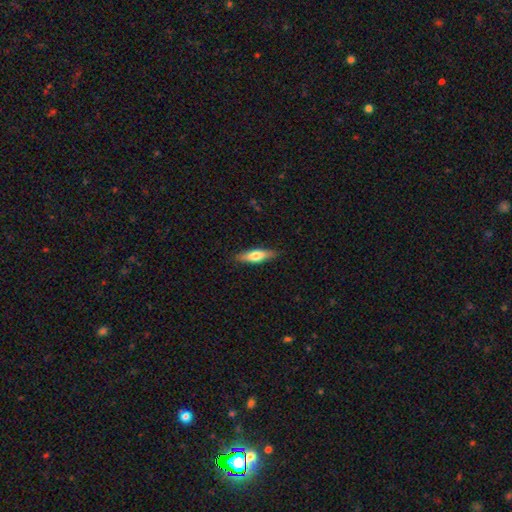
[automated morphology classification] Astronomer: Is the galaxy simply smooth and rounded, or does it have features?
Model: smooth — 65%.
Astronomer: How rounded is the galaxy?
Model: cigar-shaped — 60% (runner-up: in between, 38%).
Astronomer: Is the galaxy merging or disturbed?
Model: none — 86%.